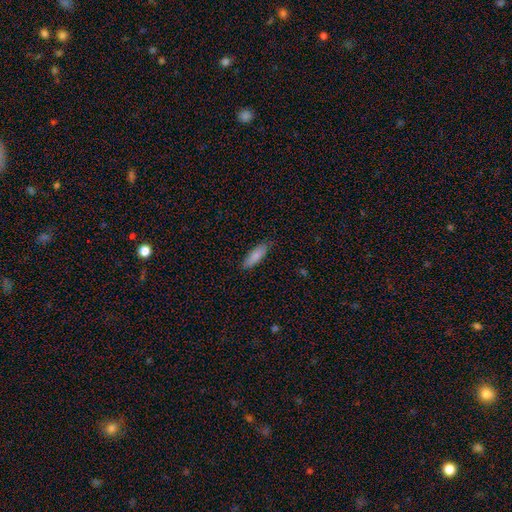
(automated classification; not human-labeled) Smooth or featured? Predicted: smooth (p=0.84). How rounded? Predicted: in between (p=0.52). Merging? Predicted: none (p=0.81).